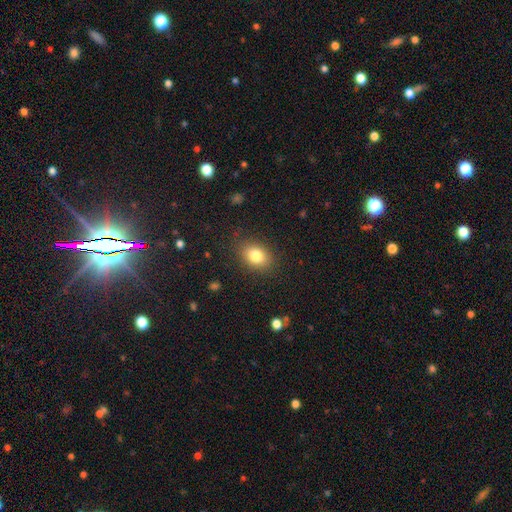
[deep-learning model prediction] The model was most divided on "how rounded": in between: 70%, round: 28%, cigar-shaped: 1%. More confident: merging — none (84%); smooth or featured — smooth (81%).